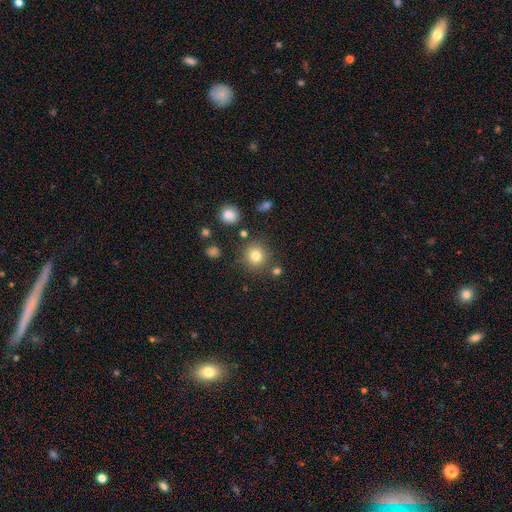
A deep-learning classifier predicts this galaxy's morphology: Smooth or featured? smooth (79%)
How rounded? round (91%)
Merging? none (82%)